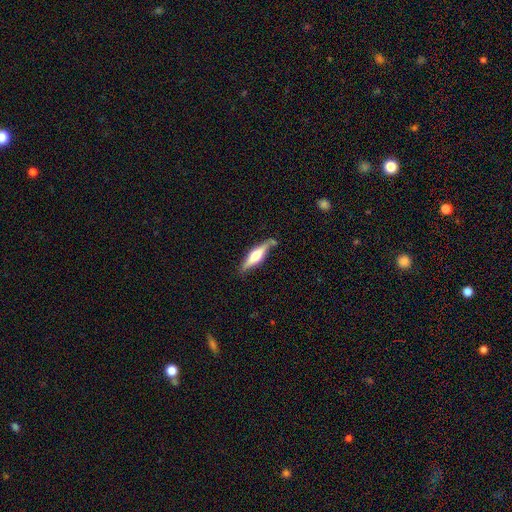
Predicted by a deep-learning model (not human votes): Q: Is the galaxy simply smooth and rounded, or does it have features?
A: featured or disk — 60%.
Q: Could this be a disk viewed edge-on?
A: yes — 95%.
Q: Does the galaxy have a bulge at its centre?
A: rounded — 89%.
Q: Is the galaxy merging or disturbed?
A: none — 75%.